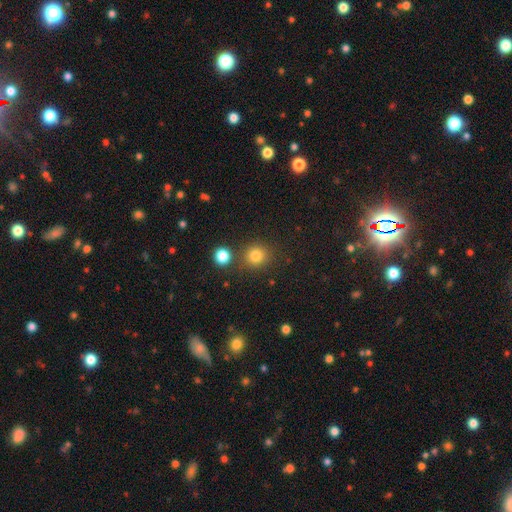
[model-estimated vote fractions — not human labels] Smooth or featured? smooth (81%)
How rounded? round (87%)
Merging? none (80%)